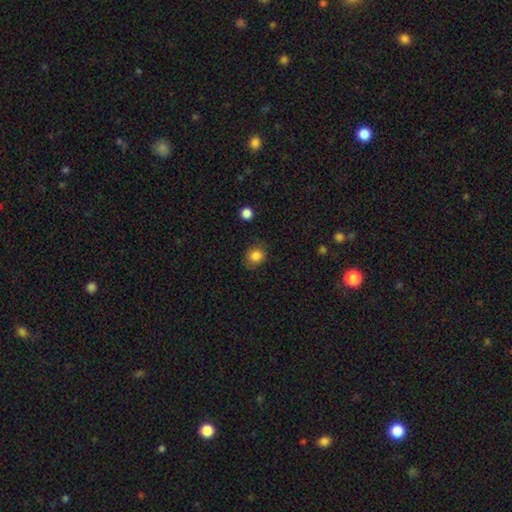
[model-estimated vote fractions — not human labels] Overall: smooth (85%). How rounded: round (72%). Merging: none (80%).